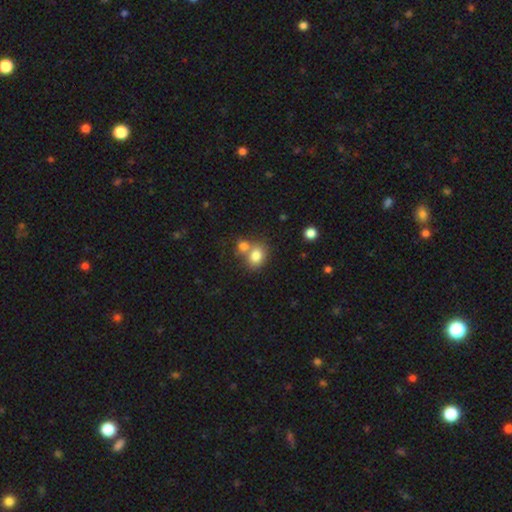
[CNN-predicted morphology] Smooth or featured?
  - smooth: 81% *
  - star or artifact: 10%
  - featured or disk: 9%
How rounded?
  - in between: 50% *
  - round: 49%
  - cigar-shaped: 1%
Merging?
  - none: 43% * (tied)
  - merger: 43% * (tied)
  - minor disturbance: 10%
  - major disturbance: 4%